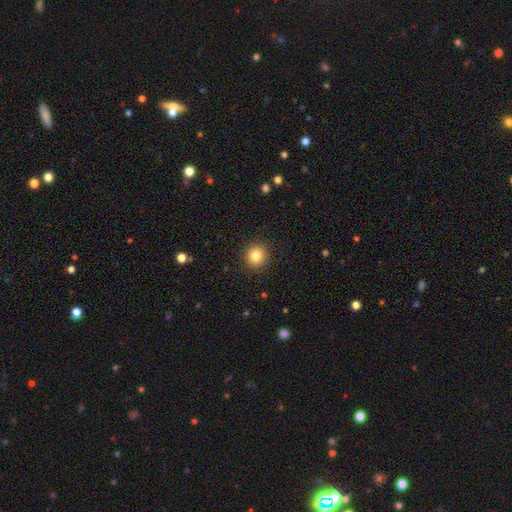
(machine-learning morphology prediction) Smooth or featured? Predicted: smooth (p=0.83). How rounded? Predicted: round (p=0.92). Merging? Predicted: none (p=0.91).